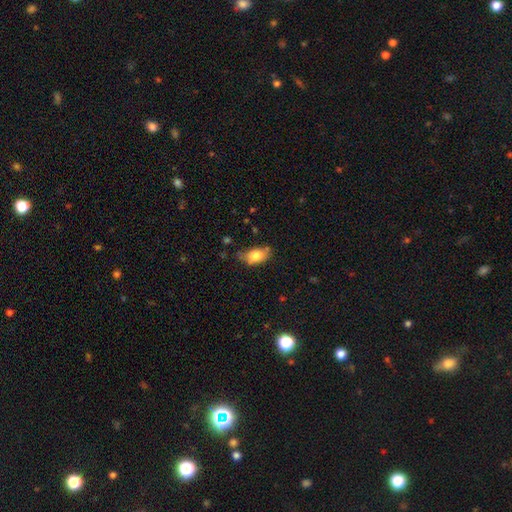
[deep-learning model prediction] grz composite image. It shows a smooth galaxy with no disk features (79%) that is in between round and cigar-shaped (88%). Merging: none (60%).